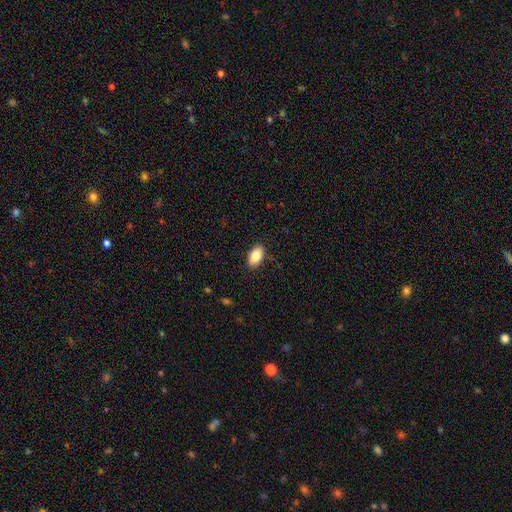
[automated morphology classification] A smooth galaxy with no disk features (84%) that is in between round and cigar-shaped (93%).

Vote fractions:
- Smooth or featured? smooth: 84% / featured or disk: 8% / star or artifact: 7%
- How rounded? in between: 93% / round: 5% / cigar-shaped: 2%
- Merging? none: 88% / minor disturbance: 9% / major disturbance: 2% / merger: 1%